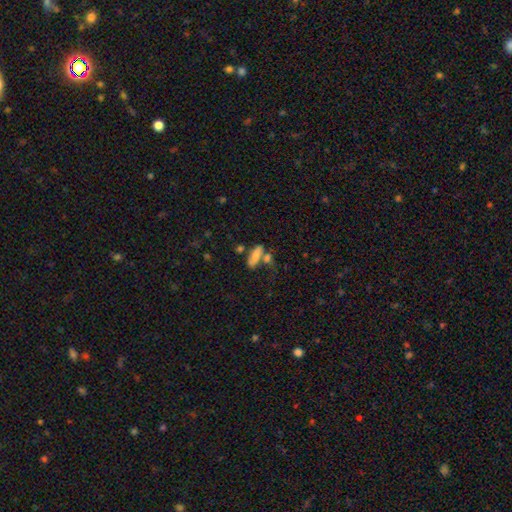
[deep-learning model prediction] Smooth or featured? smooth (74%)
How rounded? in between (58%)
Merging? none (45%)